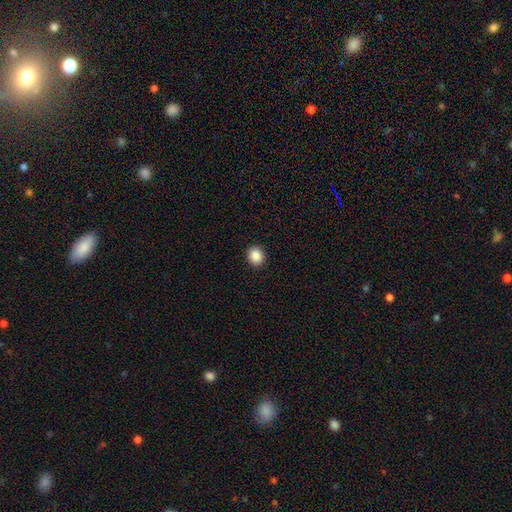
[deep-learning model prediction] Smooth or featured? smooth (88%)
How rounded? round (76%)
Merging? none (92%)